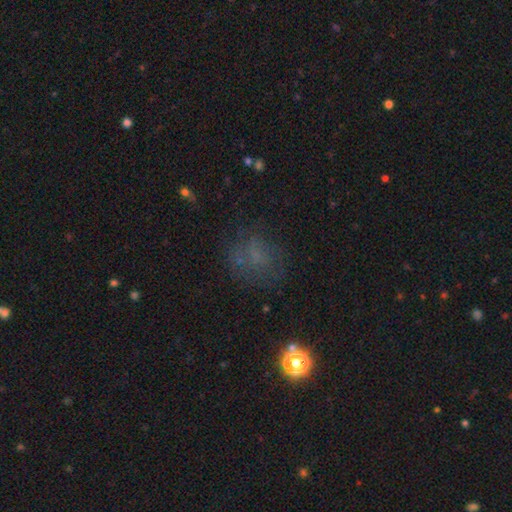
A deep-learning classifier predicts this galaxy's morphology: Smooth or featured? Predicted: smooth (p=0.44). Merging? Predicted: none (p=0.64).